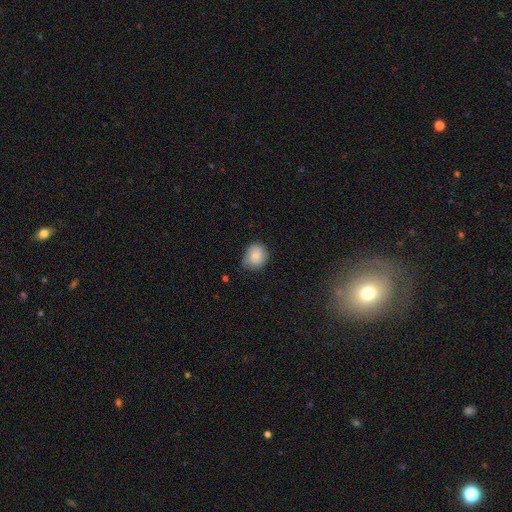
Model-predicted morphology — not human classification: type=smooth (85%); roundness=round (68%); merging=none (64%).